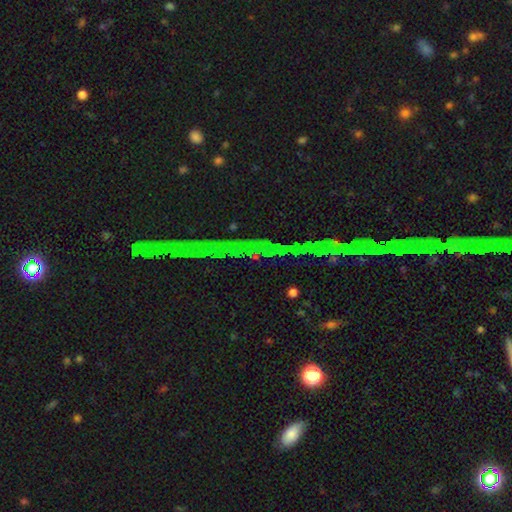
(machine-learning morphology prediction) Smooth or featured? star or artifact (74%)